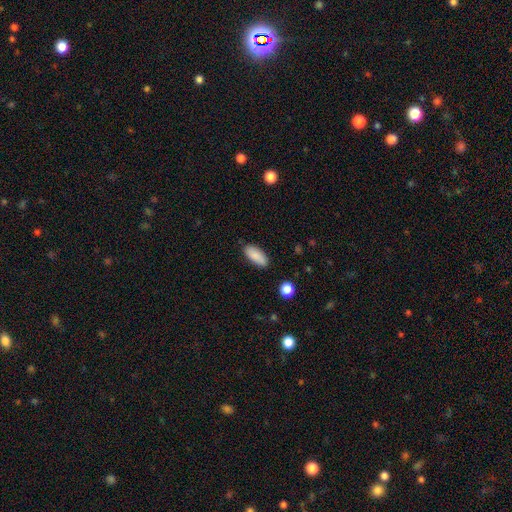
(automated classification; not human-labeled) Smooth or featured? smooth (88%)
How rounded? in between (84%)
Merging? none (85%)